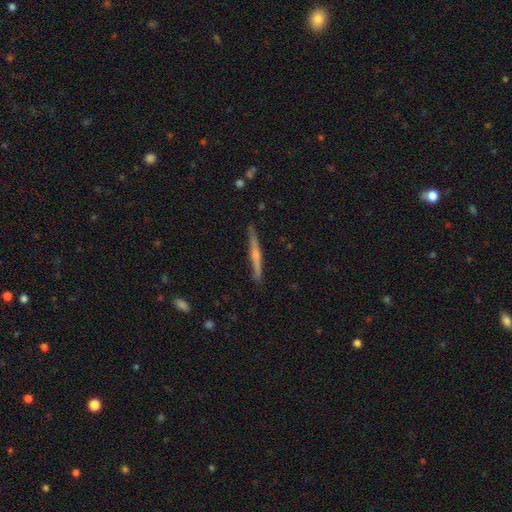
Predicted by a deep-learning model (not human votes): Overall: featured or disk (66%; smooth 28%). Edge-on disk: yes (98%). Edge-on bulge: rounded (67%). Merging: none (89%).